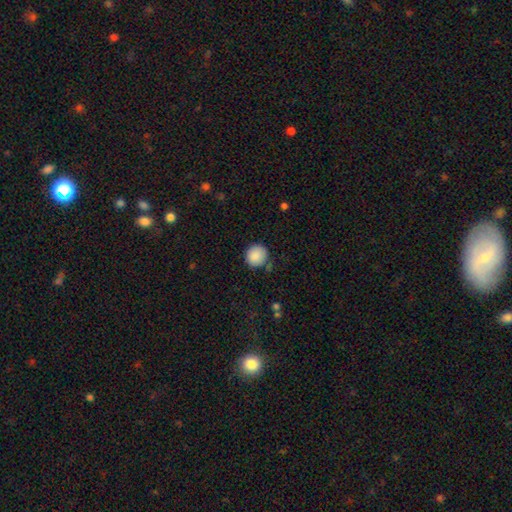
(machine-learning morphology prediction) A smooth galaxy with no disk features (89%) that is round (92%).

Vote fractions:
- Smooth or featured? smooth: 89% / star or artifact: 8% / featured or disk: 3%
- How rounded? round: 92% / in between: 7% / cigar-shaped: 1%
- Merging? none: 83% / minor disturbance: 11% / major disturbance: 3% / merger: 3%